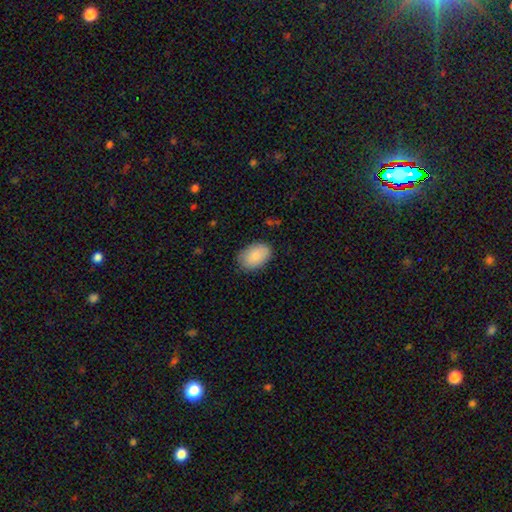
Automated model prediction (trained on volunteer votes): This is clearly a smooth galaxy (87%). How rounded: clearly in between (89%). Merging: clearly none (83%).